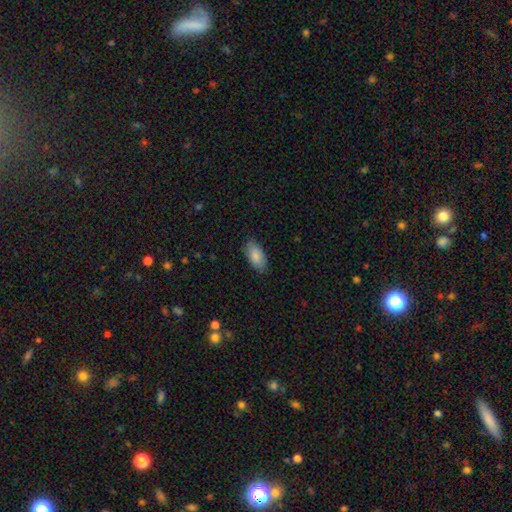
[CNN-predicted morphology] A smooth galaxy with no disk features (85%) that is in between round and cigar-shaped (93%).

Vote fractions:
- Smooth or featured? smooth: 85% / featured or disk: 9% / star or artifact: 6%
- How rounded? in between: 93% / cigar-shaped: 4% / round: 3%
- Merging? none: 82% / minor disturbance: 14% / major disturbance: 3% / merger: 1%